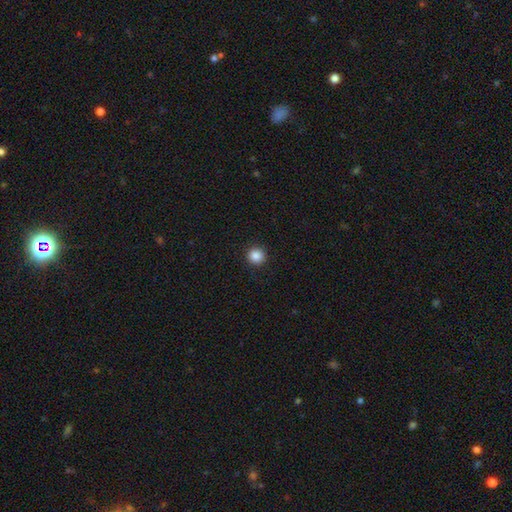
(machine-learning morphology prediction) Smooth or featured? smooth (87%)
How rounded? round (95%)
Merging? none (92%)